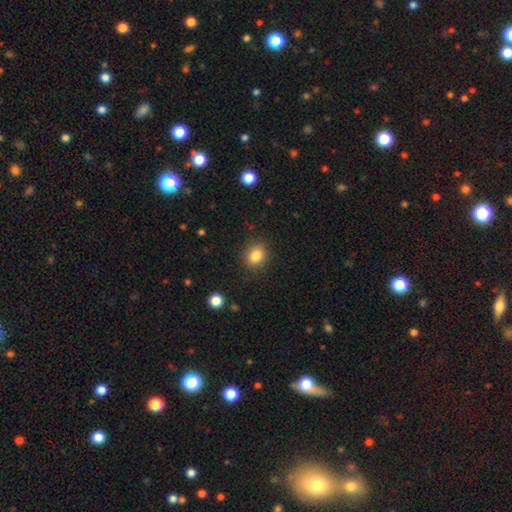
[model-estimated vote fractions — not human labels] Smooth or featured? smooth (83%)
How rounded? round (58%)
Merging? none (86%)